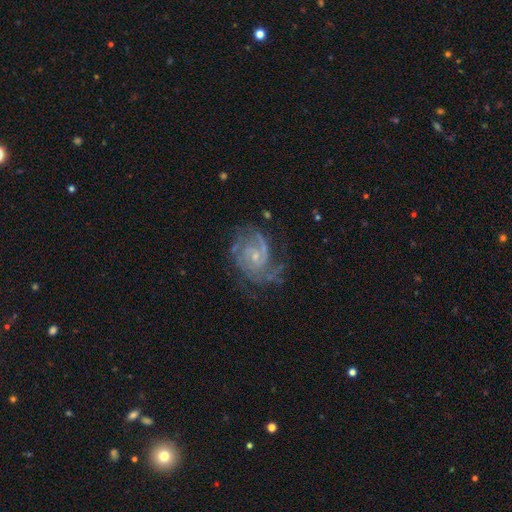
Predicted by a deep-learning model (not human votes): smooth_or_featured: featured or disk (p=0.87) [alt: smooth p=0.06]
disk_edge_on: no (p=0.98) [alt: yes p=0.02]
bar: no (p=0.63) [alt: weak p=0.32]
has_spiral_arms: yes (p=0.96) [alt: no p=0.04]
spiral_winding: tight (p=0.51) [alt: medium p=0.39]
spiral_arm_count: 2 (p=0.36) [alt: can't tell p=0.24]
bulge_size: small (p=0.73) [alt: moderate p=0.23]
merging: none (p=0.59) [alt: minor disturbance p=0.21]